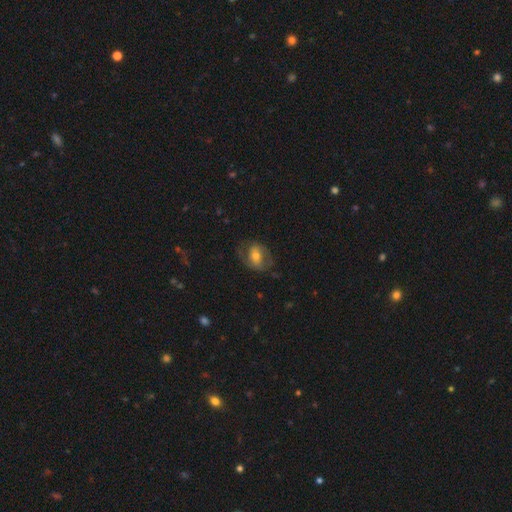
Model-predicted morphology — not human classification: Q: Smooth or featured?
A: featured or disk (47%); runner-up: smooth (46%)
Q: Merging?
A: none (62%); runner-up: minor disturbance (21%)